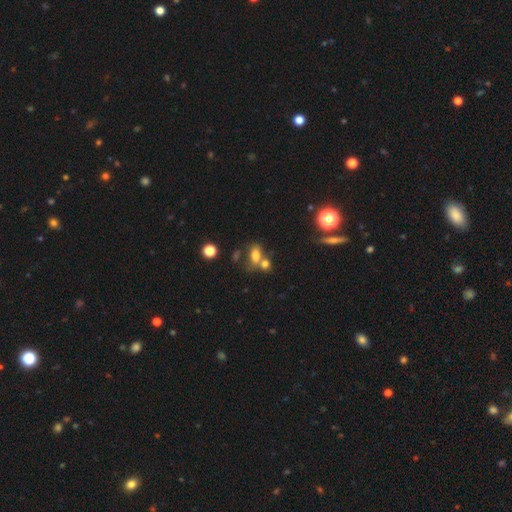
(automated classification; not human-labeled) Morphology: type=smooth (72%); roundness=in between (79%); merging=none (41%, tied with merger).